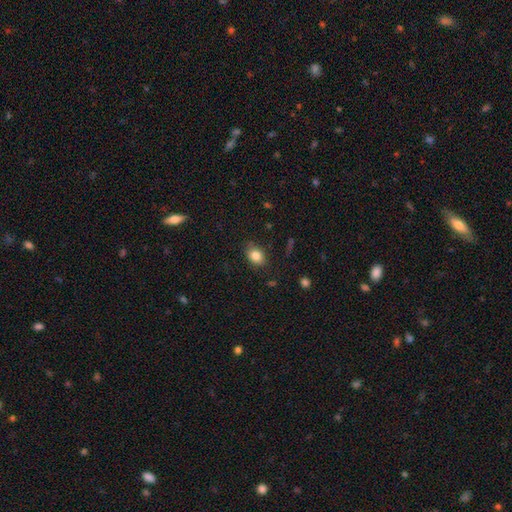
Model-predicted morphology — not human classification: A smooth galaxy with no disk features (84%) that is in between round and cigar-shaped (68%). Merging: none (80%).